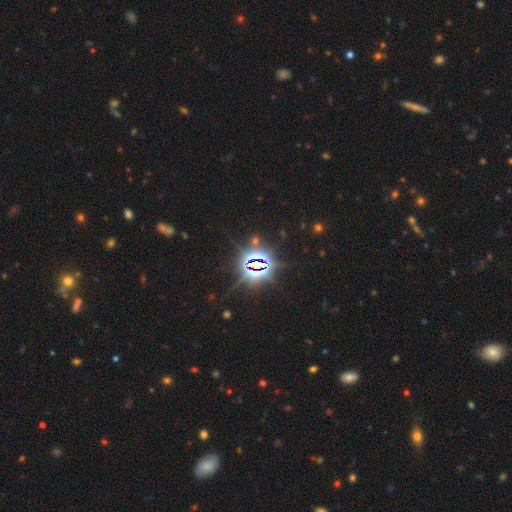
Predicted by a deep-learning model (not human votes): Smooth or featured: star or artifact — 82% (smooth — 11%)